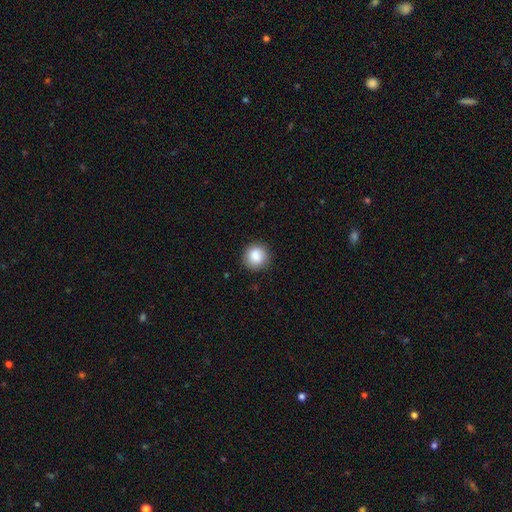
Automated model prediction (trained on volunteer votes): smooth-or-featured: smooth: 86% | star or artifact: 8% | featured or disk: 6%
  how-rounded: round: 90% | in between: 9% | cigar-shaped: 1%
  merging: none: 86% | minor disturbance: 10% | major disturbance: 2% | merger: 1%